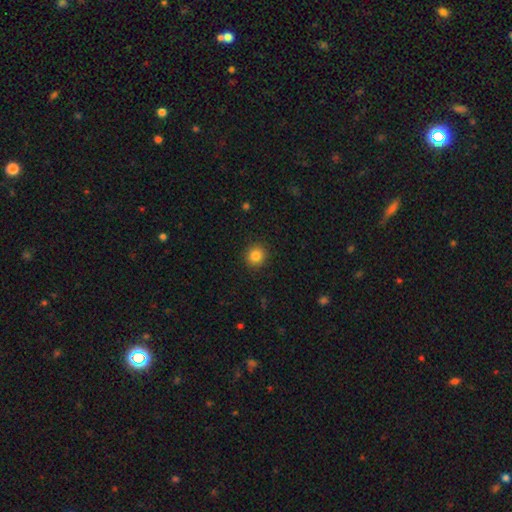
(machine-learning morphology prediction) Smooth or featured: smooth — 85% (star or artifact — 11%)
How rounded: round — 91% (in between — 8%)
Merging: none — 91% (minor disturbance — 6%)